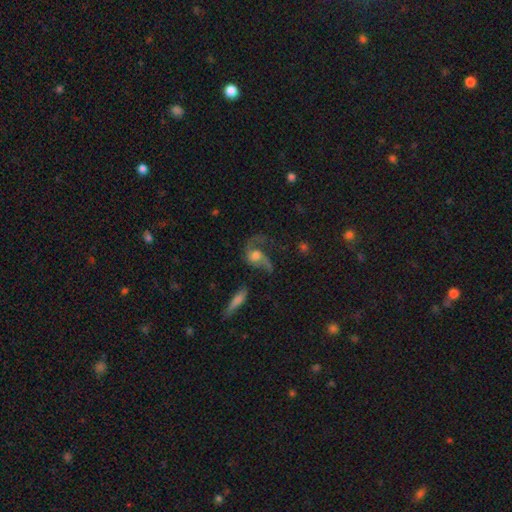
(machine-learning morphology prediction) type=featured or disk (69%); edge-on=no (95%); bar=no (68%); spiral arms=yes (86%); winding=loose (65%); arm count=2 (70%); bulge=moderate (46%); merging=major disturbance (39%).